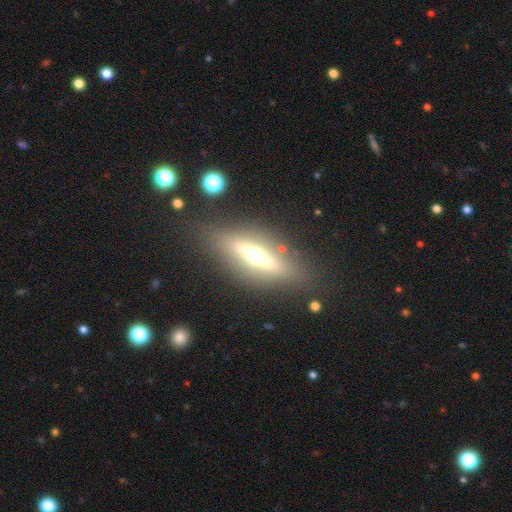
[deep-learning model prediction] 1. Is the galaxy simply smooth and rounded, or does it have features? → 65% featured or disk, 26% smooth, 9% star or artifact.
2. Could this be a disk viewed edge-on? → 87% yes, 13% no.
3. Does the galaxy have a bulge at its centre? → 90% rounded, 7% boxy, 3% none.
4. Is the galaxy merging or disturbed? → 81% none, 11% minor disturbance, 6% major disturbance, 3% merger.